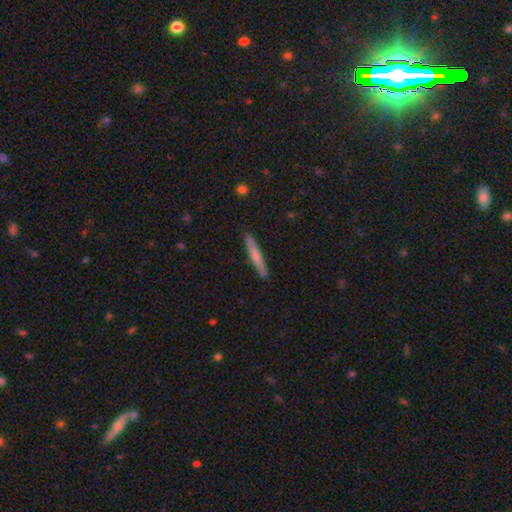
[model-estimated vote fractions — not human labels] Smooth or featured: smooth — 64% (featured or disk — 30%)
How rounded: cigar-shaped — 95% (in between — 3%)
Merging: none — 91% (minor disturbance — 7%)